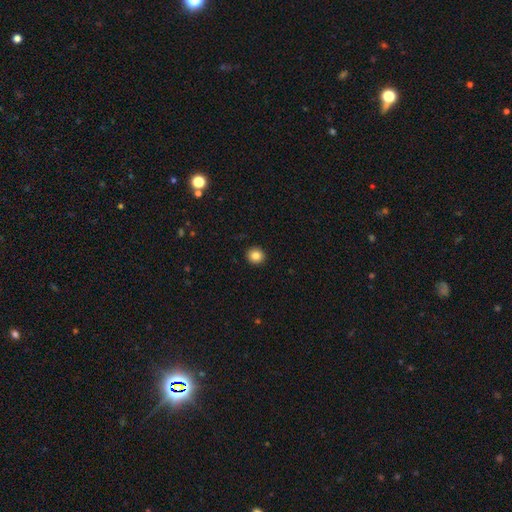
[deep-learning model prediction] smooth-or-featured: smooth: 84% | star or artifact: 10% | featured or disk: 6%
  how-rounded: round: 91% | in between: 8% | cigar-shaped: 1%
  merging: none: 93% | minor disturbance: 5% | major disturbance: 1% | merger: 1%